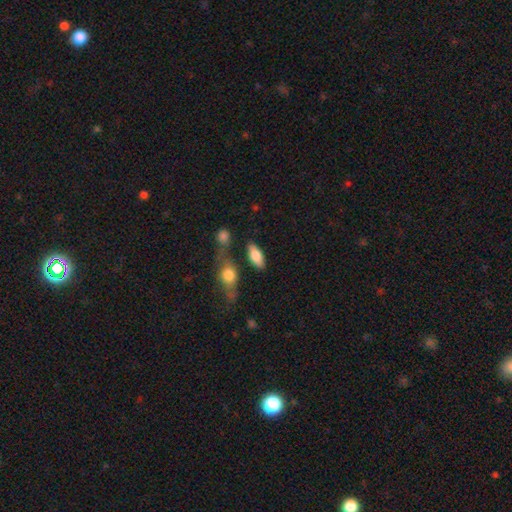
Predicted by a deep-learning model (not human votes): This is likely a smooth galaxy (76%). How rounded: likely in between (79%). Merging: likely none (72%).